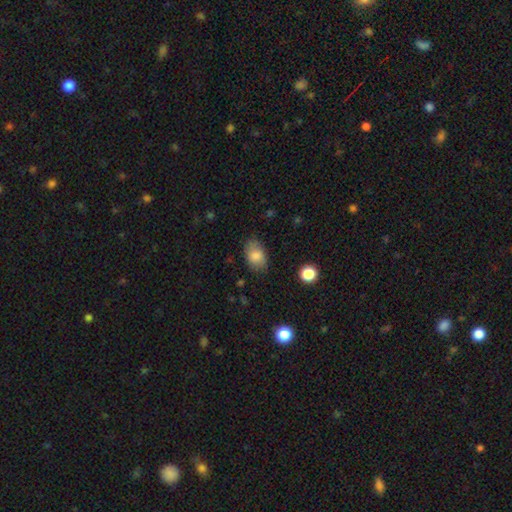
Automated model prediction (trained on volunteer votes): Morphology: type=smooth (82%); roundness=in between (85%); merging=none (78%).